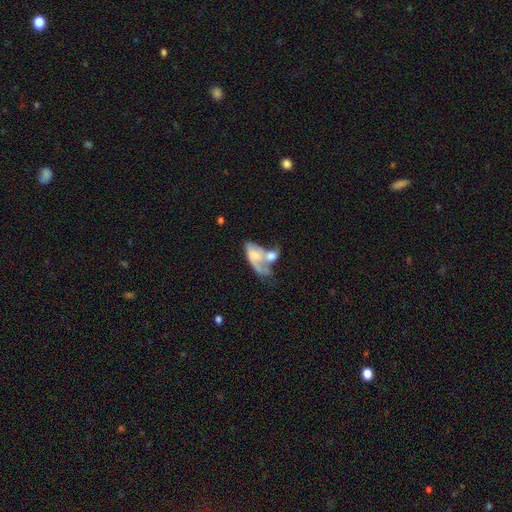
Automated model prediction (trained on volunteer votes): Smooth or featured? Predicted: featured or disk (p=0.49). Merging? Predicted: merger (p=0.64).